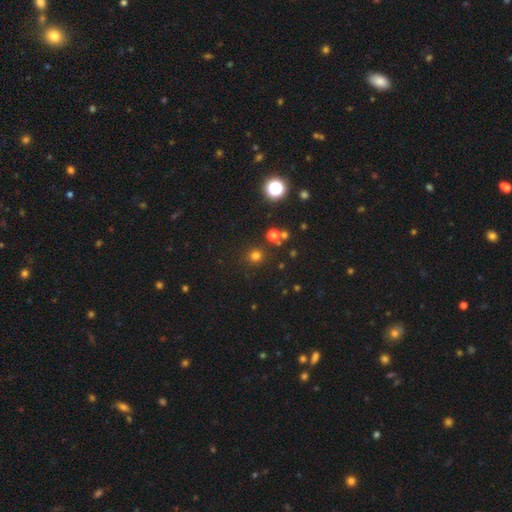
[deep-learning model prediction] smooth 72%, star or artifact 23%, featured or disk 5%. Down the decision tree: how rounded — round (93%); merging — none (87%).